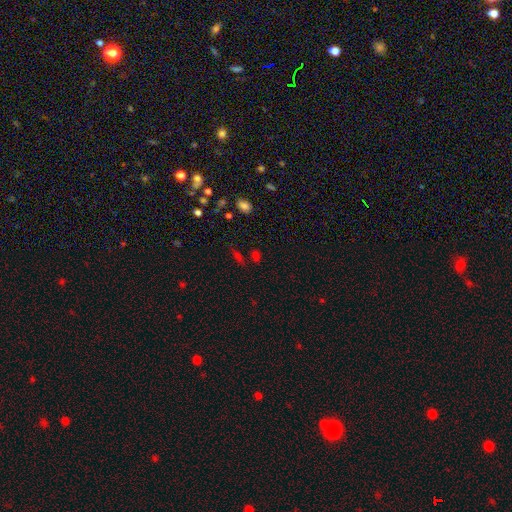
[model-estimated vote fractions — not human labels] This appears to be a smooth galaxy with no disk features (51%) that is in between round and cigar-shaped (61%). Merging: none (69%).